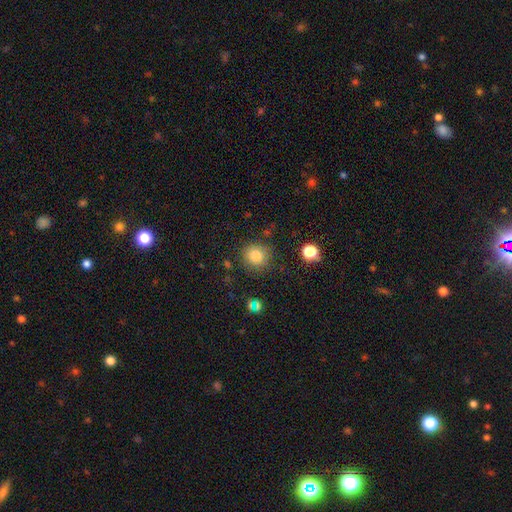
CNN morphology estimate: This appears to be a smooth galaxy with no disk features (81%) that is round (89%). Merging: none (84%).